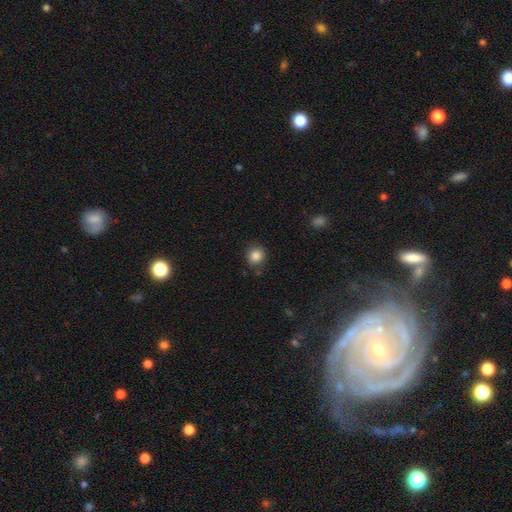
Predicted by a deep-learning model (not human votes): Smooth or featured?
  - smooth: 85% *
  - star or artifact: 11%
  - featured or disk: 5%
How rounded?
  - round: 90% *
  - in between: 10%
  - cigar-shaped: 1%
Merging?
  - none: 87% *
  - minor disturbance: 8%
  - major disturbance: 2%
  - merger: 2%